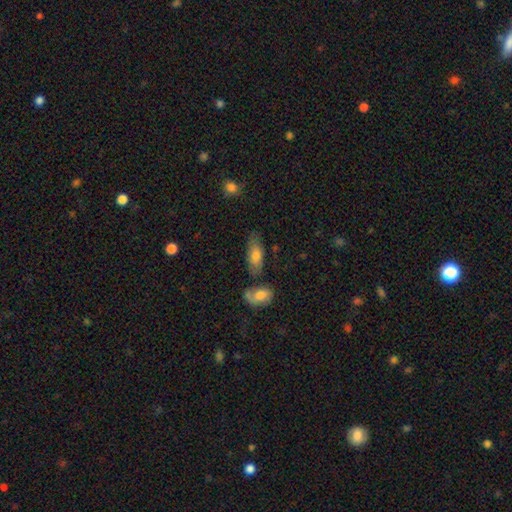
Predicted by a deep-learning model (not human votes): Overall: smooth (72%). How rounded: in between (79%). Merging: none (64%).